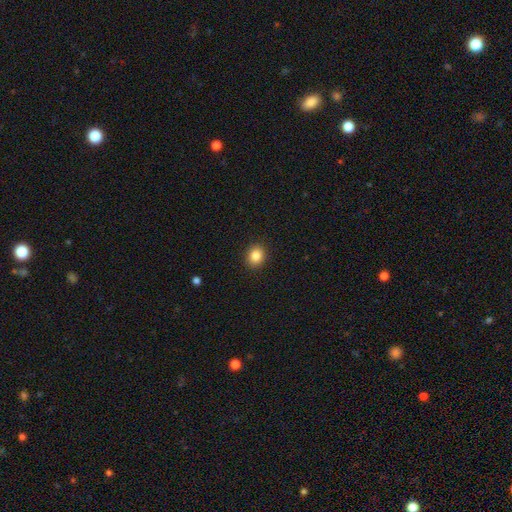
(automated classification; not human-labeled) Smooth or featured?
  - smooth: 86% *
  - star or artifact: 10%
  - featured or disk: 4%
How rounded?
  - round: 68% *
  - in between: 31%
  - cigar-shaped: 1%
Merging?
  - none: 91% *
  - minor disturbance: 6%
  - major disturbance: 2%
  - merger: 1%